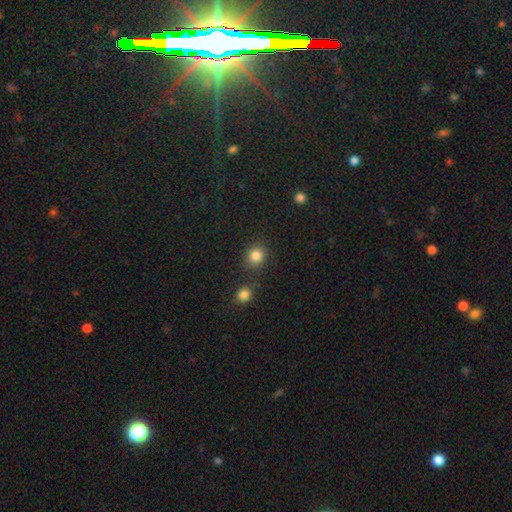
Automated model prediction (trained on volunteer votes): A smooth galaxy with no disk features (85%) that is round (85%).

Vote fractions:
- Smooth or featured? smooth: 85% / star or artifact: 11% / featured or disk: 4%
- How rounded? round: 85% / in between: 14% / cigar-shaped: 1%
- Merging? none: 81% / minor disturbance: 9% / merger: 7% / major disturbance: 3%